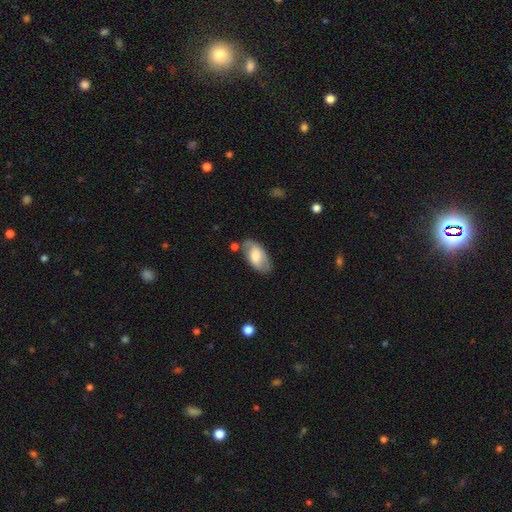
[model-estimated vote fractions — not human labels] Smooth or featured? Predicted: smooth (p=0.53). How rounded? Predicted: in between (p=0.94). Merging? Predicted: none (p=0.67).